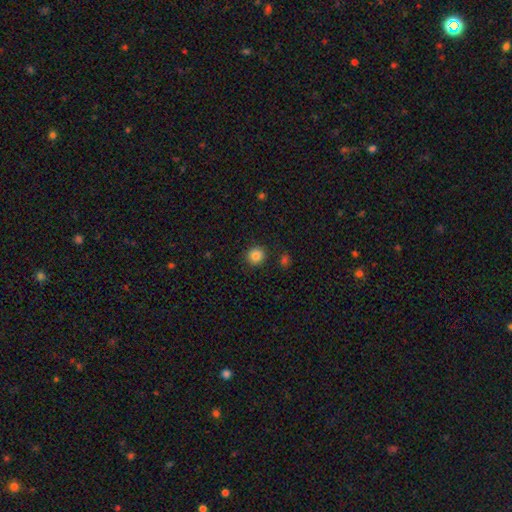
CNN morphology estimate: Smooth or featured: smooth — 85% (star or artifact — 11%)
How rounded: round — 89% (in between — 10%)
Merging: none — 88% (minor disturbance — 7%)